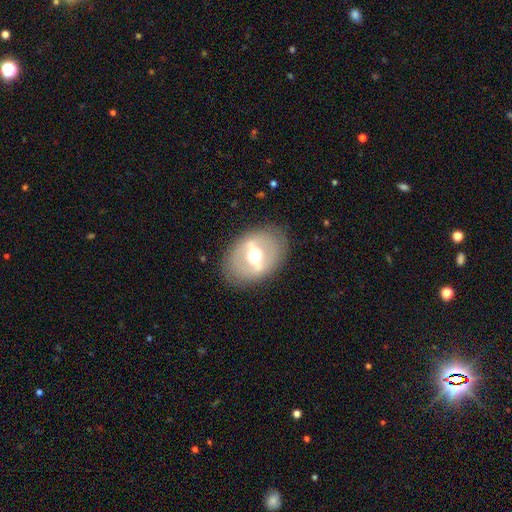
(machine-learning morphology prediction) A featured or disk galaxy (68%) with a strong bar (65%), no spiral arms (85%) and a moderate central bulge (69%). Merging: none (82%).